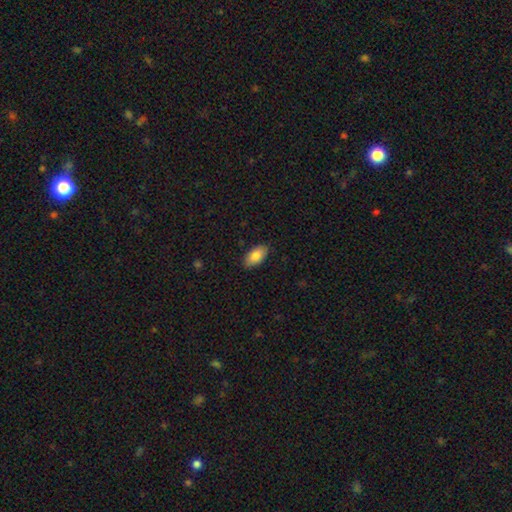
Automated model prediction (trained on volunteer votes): The model was most divided on "smooth or featured": smooth: 84%, featured or disk: 9%, star or artifact: 6%. More confident: how rounded — in between (94%); merging — none (87%).